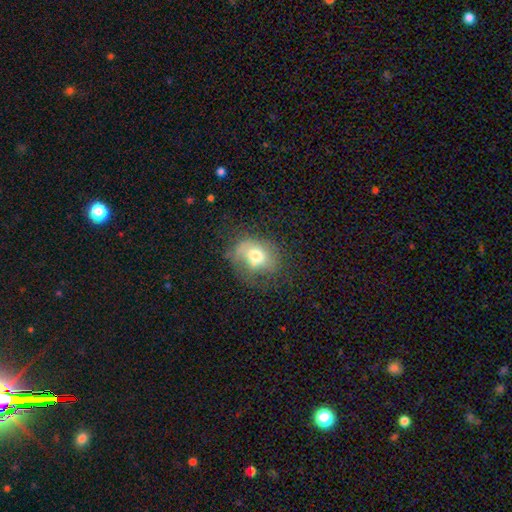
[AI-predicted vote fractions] smooth-or-featured: smooth: 59% | featured or disk: 31% | star or artifact: 10%
  how-rounded: in between: 58% | round: 40% | cigar-shaped: 1%
  merging: none: 46% | minor disturbance: 28% | major disturbance: 22% | merger: 3%